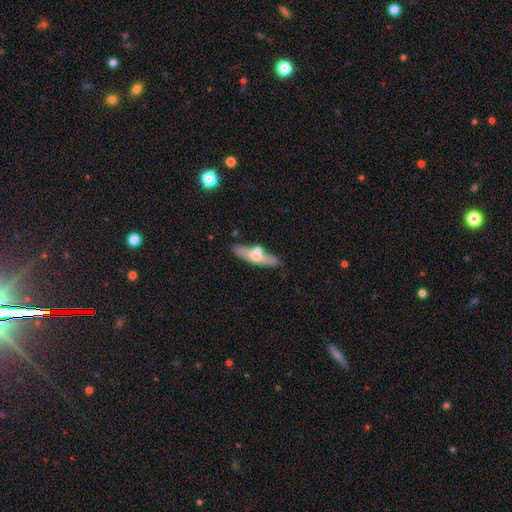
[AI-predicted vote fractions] Overall: smooth (52%; featured or disk 42%). How rounded: cigar-shaped (61%; in between 37%). Merging: none (67%).